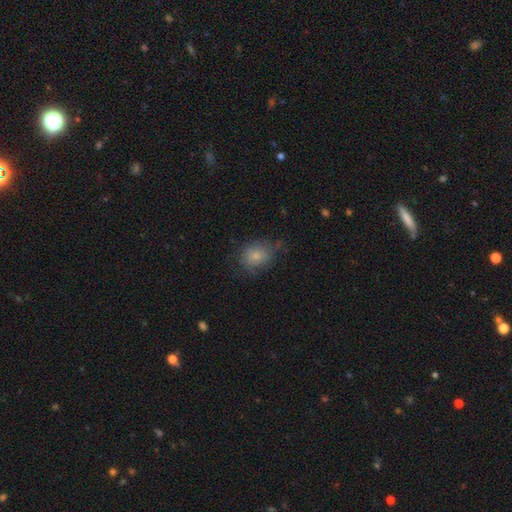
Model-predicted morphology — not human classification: smooth-or-featured: smooth: 74% | featured or disk: 17% | star or artifact: 10%
  how-rounded: round: 58% | in between: 41% | cigar-shaped: 1%
  merging: none: 62% | minor disturbance: 26% | major disturbance: 11% | merger: 2%